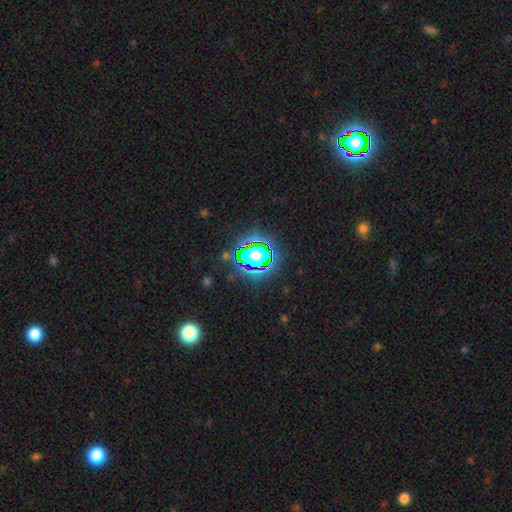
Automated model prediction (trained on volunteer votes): Q: Smooth or featured?
A: star or artifact (80%); runner-up: smooth (13%)